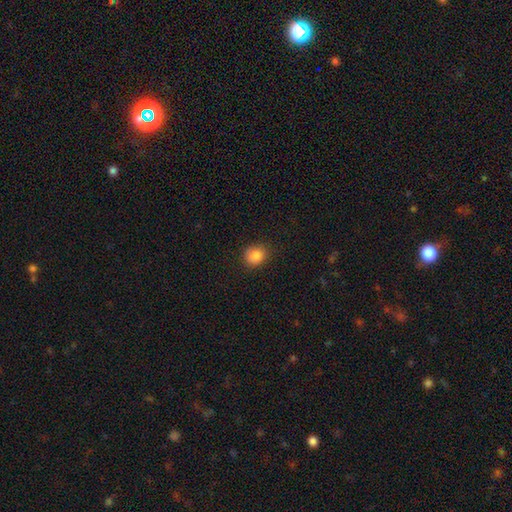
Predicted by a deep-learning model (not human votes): Smooth or featured? Predicted: smooth (p=0.85). How rounded? Predicted: round (p=0.76). Merging? Predicted: none (p=0.83).